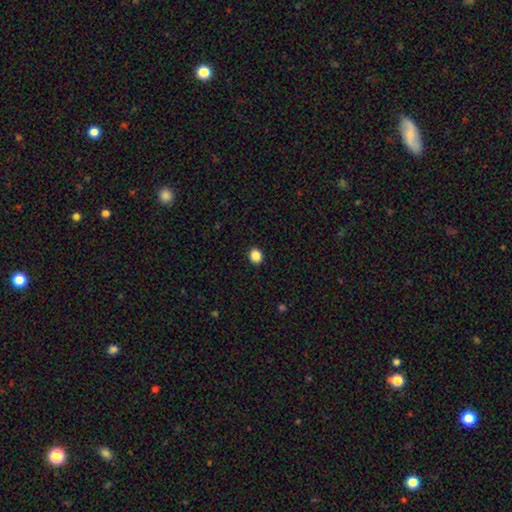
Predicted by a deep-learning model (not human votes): A smooth galaxy with no disk features (88%) that is round (71%).

Vote fractions:
- Smooth or featured? smooth: 88% / star or artifact: 10% / featured or disk: 2%
- How rounded? round: 71% / in between: 28% / cigar-shaped: 1%
- Merging? none: 92% / minor disturbance: 5% / major disturbance: 2% / merger: 1%